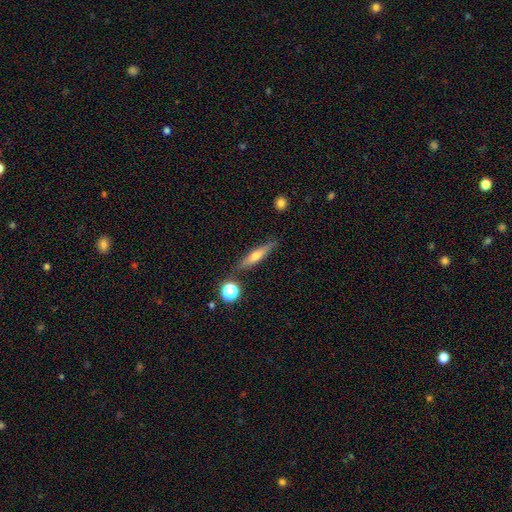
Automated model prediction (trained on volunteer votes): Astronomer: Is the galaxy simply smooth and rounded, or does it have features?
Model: featured or disk — 46% (runner-up: smooth, 45%).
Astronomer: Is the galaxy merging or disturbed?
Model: none — 84%.